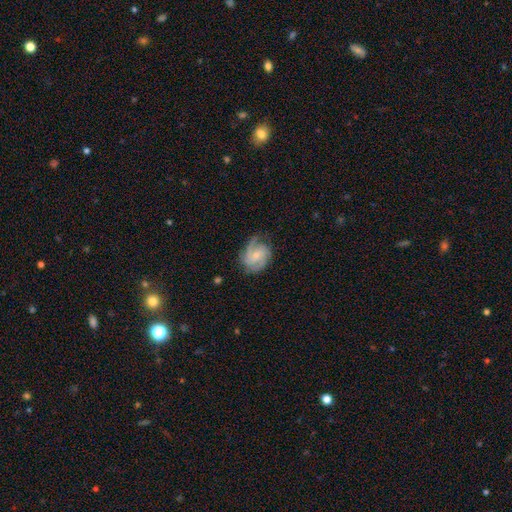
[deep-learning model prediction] A featured or disk galaxy (78%) with no bar (58%), 2 (35%) tight (43%, tied with medium) spiral arms (96%) and a small central bulge (60%). Merging: none (68%).